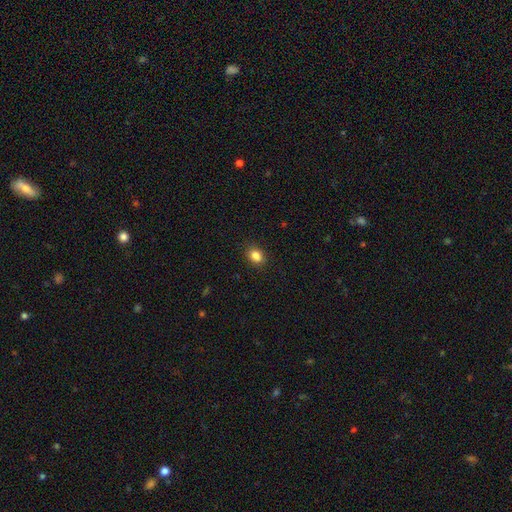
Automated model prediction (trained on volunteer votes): Smooth or featured: smooth — 85% (star or artifact — 11%)
How rounded: in between — 61% (round — 38%)
Merging: none — 87% (minor disturbance — 10%)